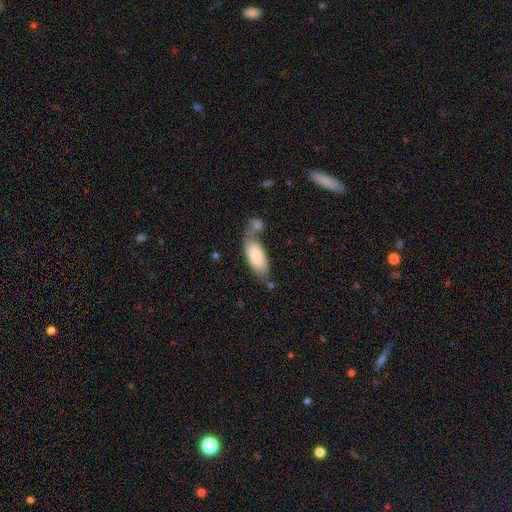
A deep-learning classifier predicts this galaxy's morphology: Smooth or featured? Predicted: smooth (p=0.77). How rounded? Predicted: in between (p=0.87). Merging? Predicted: merger (p=0.39).